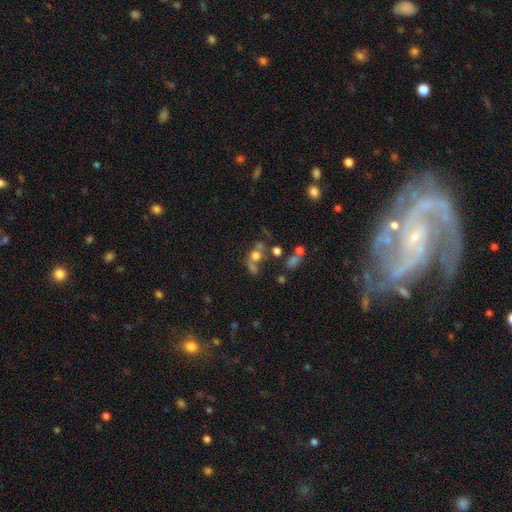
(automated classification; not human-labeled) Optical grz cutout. It shows a smooth galaxy with no disk features (52%) that is round (54%). Merging: none (36%).